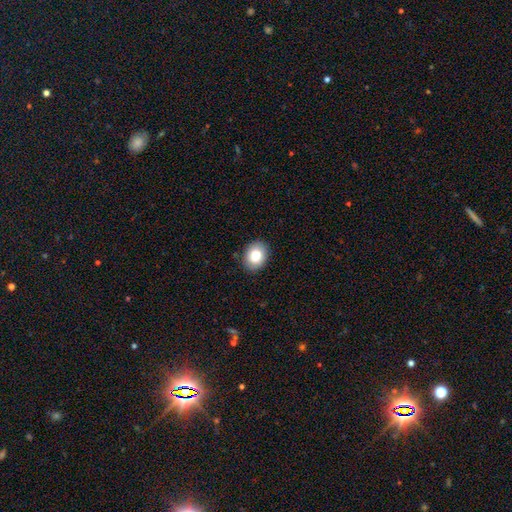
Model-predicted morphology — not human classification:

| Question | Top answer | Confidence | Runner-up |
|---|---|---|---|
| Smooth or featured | smooth | 85% | star or artifact (8%) |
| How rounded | in between | 61% | round (38%) |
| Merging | none | 88% | minor disturbance (9%) |